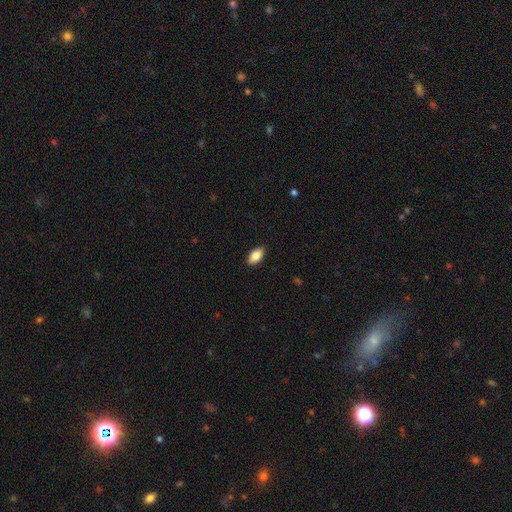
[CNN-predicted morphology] Smooth or featured?
  - smooth: 85% *
  - featured or disk: 8%
  - star or artifact: 7%
How rounded?
  - in between: 92% *
  - cigar-shaped: 4%
  - round: 4%
Merging?
  - none: 89% *
  - minor disturbance: 9%
  - major disturbance: 2%
  - merger: 1%